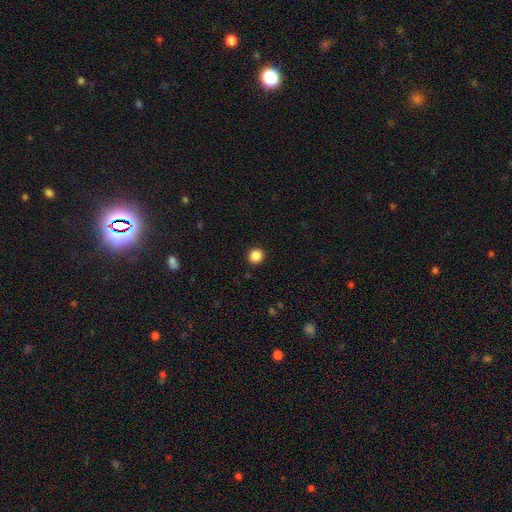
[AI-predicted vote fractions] Smooth or featured?
  - smooth: 87% *
  - star or artifact: 10%
  - featured or disk: 3%
How rounded?
  - round: 91% *
  - in between: 8%
  - cigar-shaped: 1%
Merging?
  - none: 92% *
  - minor disturbance: 5%
  - major disturbance: 2%
  - merger: 1%